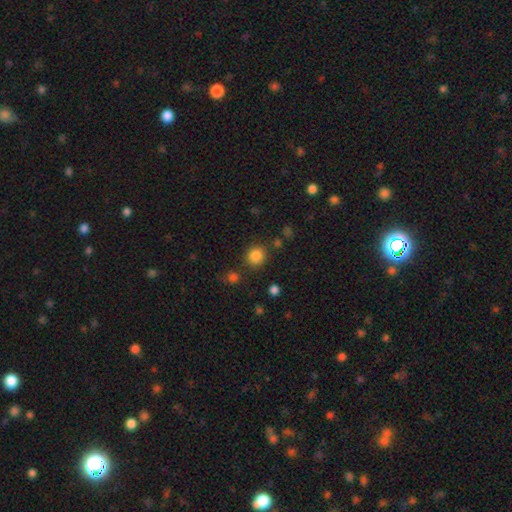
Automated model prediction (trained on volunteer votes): The model was most divided on "smooth or featured": smooth: 84%, star or artifact: 12%, featured or disk: 4%. More confident: how rounded — round (89%); merging — none (83%).